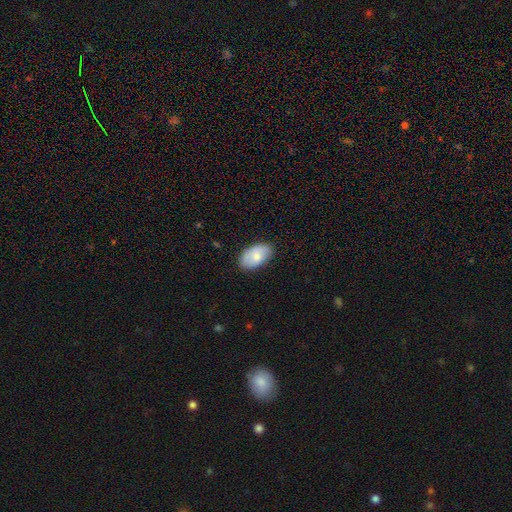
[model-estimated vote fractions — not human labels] Smooth or featured? smooth (74%)
How rounded? in between (94%)
Merging? none (81%)